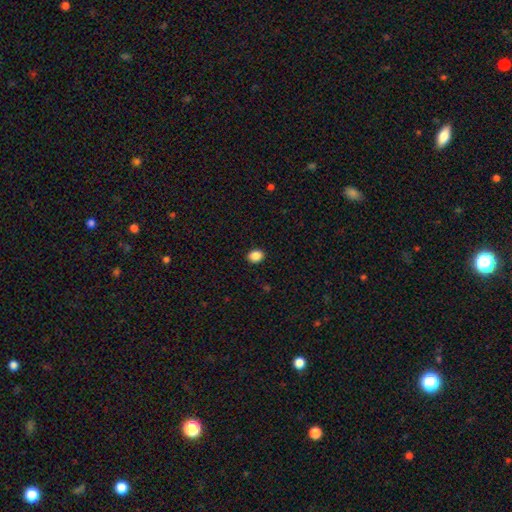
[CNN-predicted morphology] A smooth galaxy with no disk features (88%) that is round (52%). Merging: none (91%).